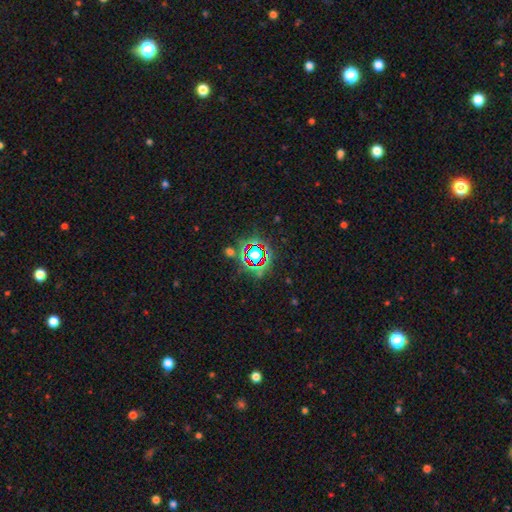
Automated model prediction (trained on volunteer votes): The model was most divided on "smooth or featured": star or artifact: 69%, smooth: 19%, featured or disk: 12%.